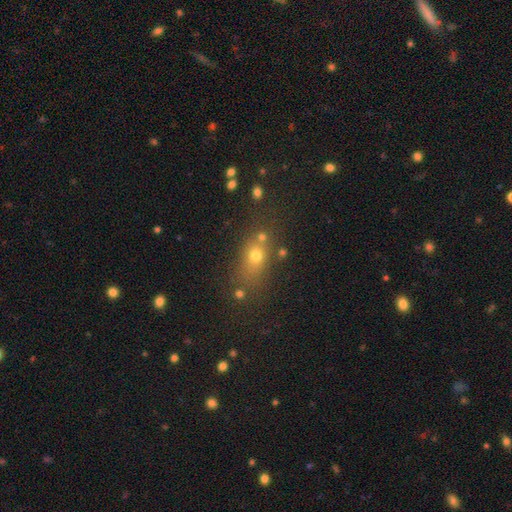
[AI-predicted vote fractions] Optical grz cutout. It shows a smooth galaxy with no disk features (63%) that is in between round and cigar-shaped (50%). Merging: none (63%).